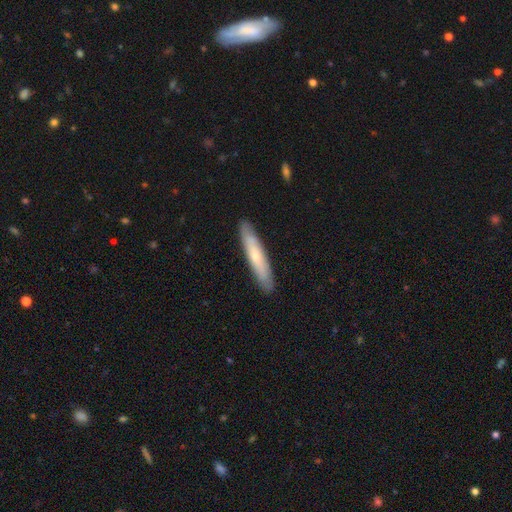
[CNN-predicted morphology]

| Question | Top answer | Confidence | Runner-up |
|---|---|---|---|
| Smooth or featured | smooth | 55% | featured or disk (39%) |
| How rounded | cigar-shaped | 90% | in between (8%) |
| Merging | none | 89% | minor disturbance (8%) |